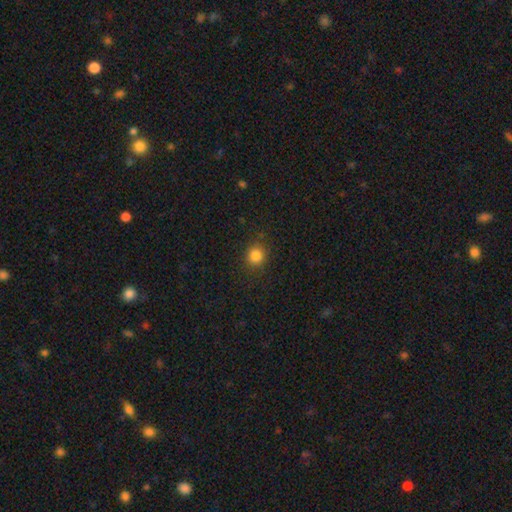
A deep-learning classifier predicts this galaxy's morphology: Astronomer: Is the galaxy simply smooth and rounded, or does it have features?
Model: smooth — 83%.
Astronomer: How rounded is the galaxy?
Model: round — 86%.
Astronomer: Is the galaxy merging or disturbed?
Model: none — 88%.